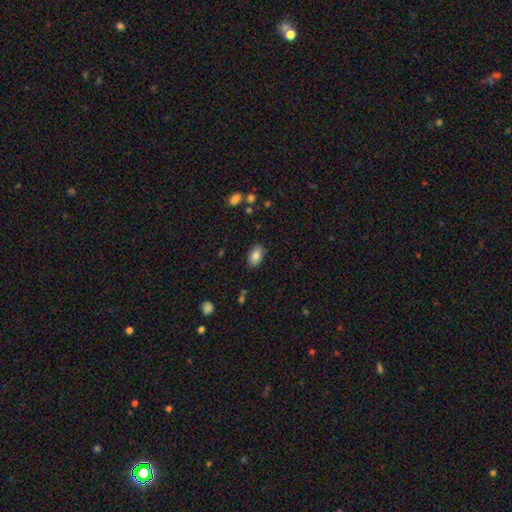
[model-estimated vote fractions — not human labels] Smooth or featured?
  - smooth: 82% *
  - featured or disk: 10%
  - star or artifact: 8%
How rounded?
  - in between: 91% *
  - round: 7%
  - cigar-shaped: 2%
Merging?
  - none: 86% *
  - minor disturbance: 10%
  - major disturbance: 2%
  - merger: 1%